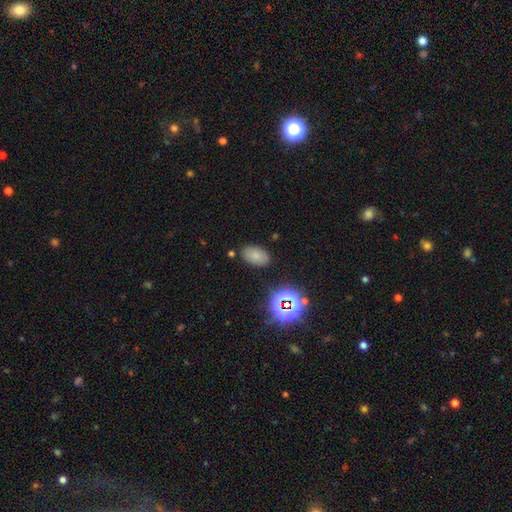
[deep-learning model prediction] This appears to be a smooth galaxy with no disk features (74%) that is in between round and cigar-shaped (91%). Merging: none (83%).